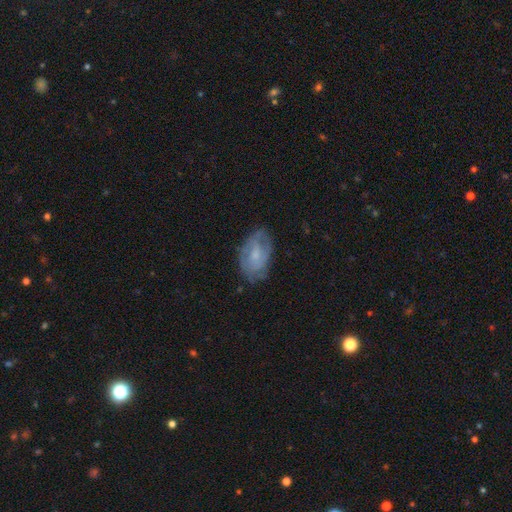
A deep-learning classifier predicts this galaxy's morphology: Smooth or featured? Predicted: featured or disk (p=0.53). Edge-on disk? Predicted: no (p=0.95). Bar? Predicted: no (p=0.64). Spiral arms? Predicted: yes (p=0.68). Bulge size? Predicted: small (p=0.49). Merging? Predicted: none (p=0.66).